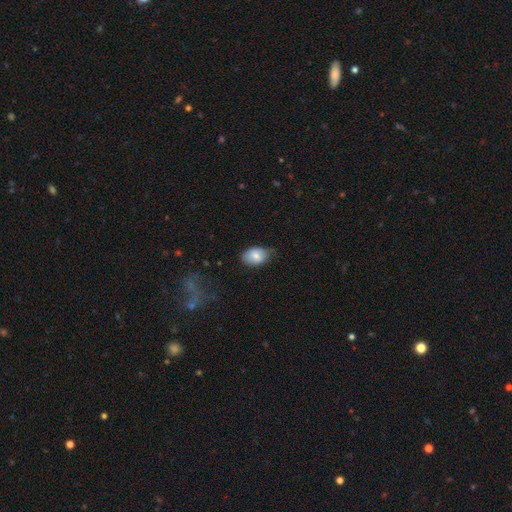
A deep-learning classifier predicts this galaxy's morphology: Smooth or featured?
  - smooth: 73% *
  - featured or disk: 19%
  - star or artifact: 8%
How rounded?
  - in between: 83% *
  - round: 15%
  - cigar-shaped: 1%
Merging?
  - none: 57% *
  - minor disturbance: 33%
  - major disturbance: 9%
  - merger: 2%